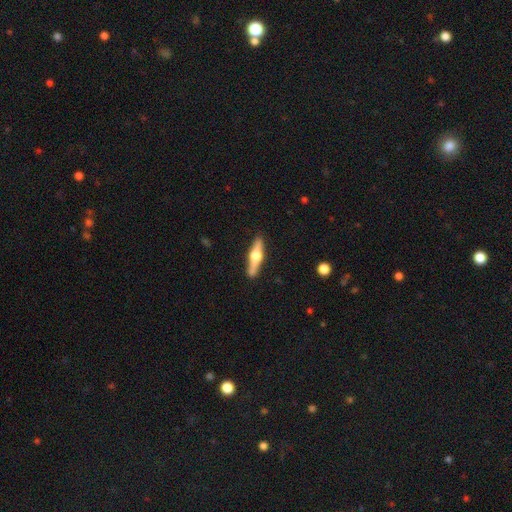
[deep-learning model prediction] Smooth or featured? Predicted: featured or disk (p=0.64). Edge-on disk? Predicted: yes (p=0.96). Edge-on bulge? Predicted: rounded (p=0.95). Merging? Predicted: none (p=0.88).